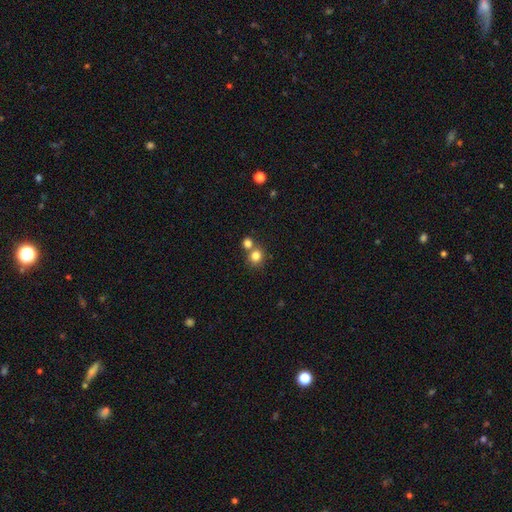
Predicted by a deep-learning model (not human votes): This is clearly a smooth galaxy (81%). How rounded: clearly round (83%). Merging: possibly none (55%).